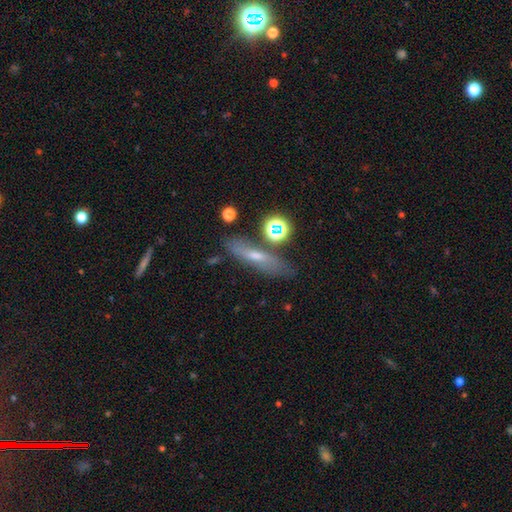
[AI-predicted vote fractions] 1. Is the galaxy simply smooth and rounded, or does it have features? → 49% smooth, 35% featured or disk, 16% star or artifact.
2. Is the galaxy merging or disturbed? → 69% none, 17% minor disturbance, 7% merger, 7% major disturbance.